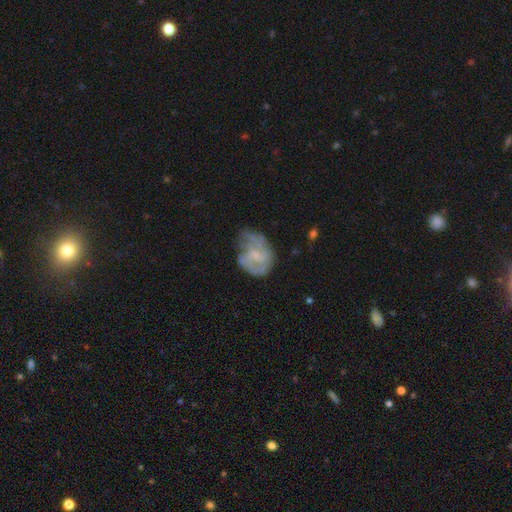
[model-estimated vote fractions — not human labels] Q: Smooth or featured?
A: featured or disk (71%); runner-up: smooth (22%)
Q: Edge-on disk?
A: no (98%); runner-up: yes (2%)
Q: Bar?
A: no (56%); runner-up: weak (39%)
Q: Spiral arms?
A: yes (80%); runner-up: no (20%)
Q: Spiral winding?
A: medium (44%); runner-up: tight (36%)
Q: Spiral arm count?
A: can't tell (36%); runner-up: 2 (30%)
Q: Bulge size?
A: small (56%); runner-up: none (21%)
Q: Merging?
A: none (51%); runner-up: minor disturbance (28%)